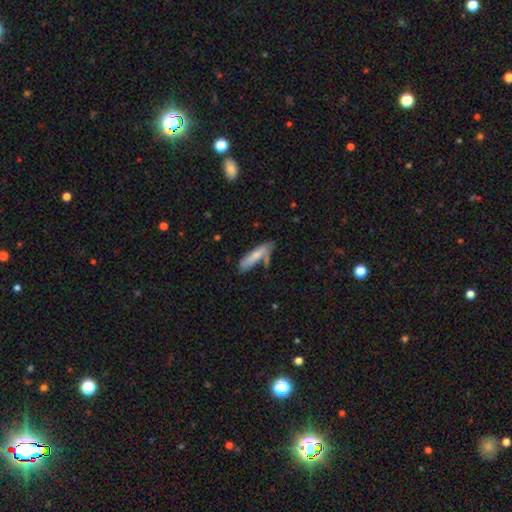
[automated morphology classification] smooth_or_featured: smooth (p=0.67) [alt: featured or disk p=0.27]
how_rounded: cigar-shaped (p=0.66) [alt: in between p=0.32]
merging: none (p=0.53) [alt: minor disturbance p=0.23]